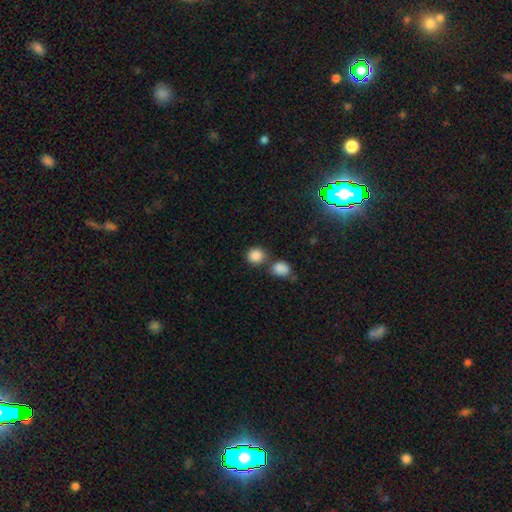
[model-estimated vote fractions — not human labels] Overall: smooth (86%). How rounded: round (85%). Merging: none (63%; merger 26%).